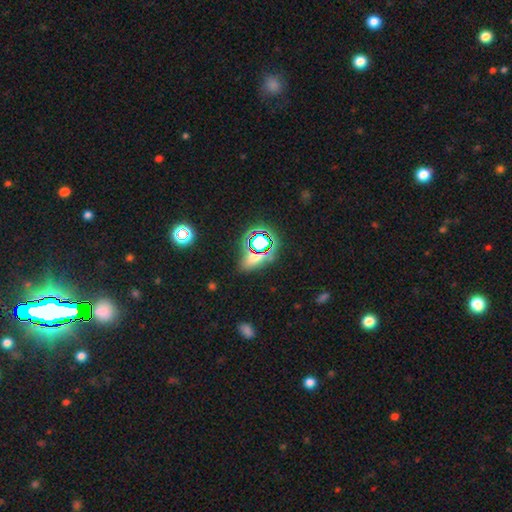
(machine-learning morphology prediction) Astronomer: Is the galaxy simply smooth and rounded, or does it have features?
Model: star or artifact — 48% (runner-up: smooth, 41%).